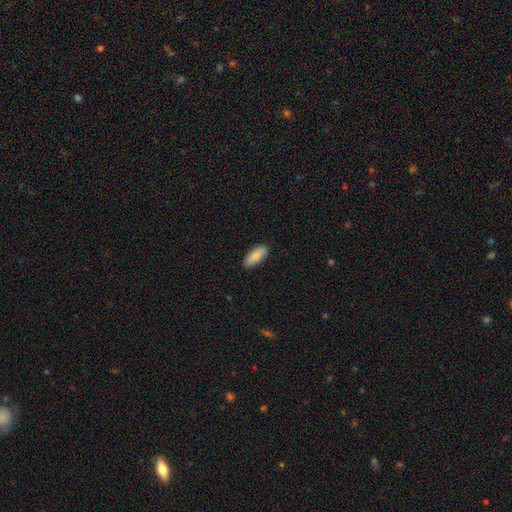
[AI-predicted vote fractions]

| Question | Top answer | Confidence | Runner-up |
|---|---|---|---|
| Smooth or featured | smooth | 82% | featured or disk (12%) |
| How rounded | in between | 76% | cigar-shaped (22%) |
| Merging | none | 88% | minor disturbance (9%) |